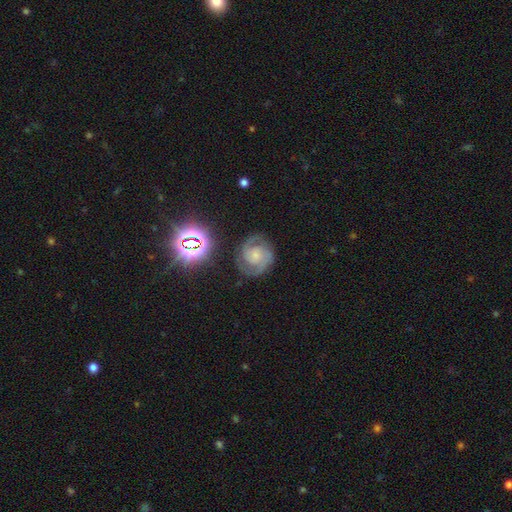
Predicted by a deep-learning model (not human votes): Morphology: type=featured or disk (81%); edge-on=no (98%); bar=no (65%); spiral arms=yes (97%); winding=tight (50%); arm count=2 (80%); bulge=small (55%); merging=none (77%).